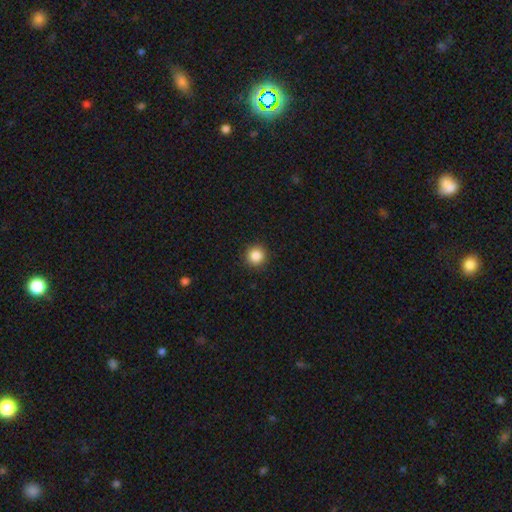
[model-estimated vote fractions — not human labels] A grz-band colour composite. It shows a smooth galaxy with no disk features (87%) that is round (95%). Merging: none (92%).